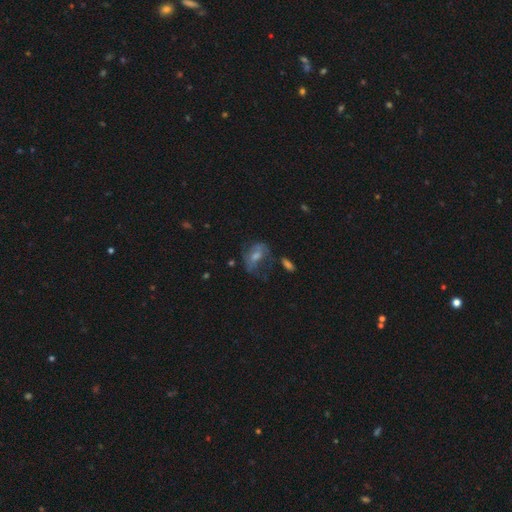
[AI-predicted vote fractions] Q: Smooth or featured?
A: featured or disk (50%); runner-up: smooth (32%)
Q: Edge-on disk?
A: no (92%); runner-up: yes (8%)
Q: Merging?
A: none (49%); runner-up: minor disturbance (23%)